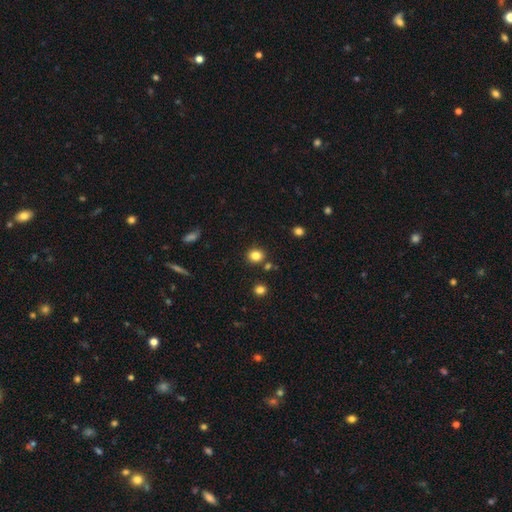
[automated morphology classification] smooth_or_featured: smooth (p=0.83) [alt: star or artifact p=0.12]
how_rounded: round (p=0.79) [alt: in between p=0.20]
merging: none (p=0.84) [alt: minor disturbance p=0.08]